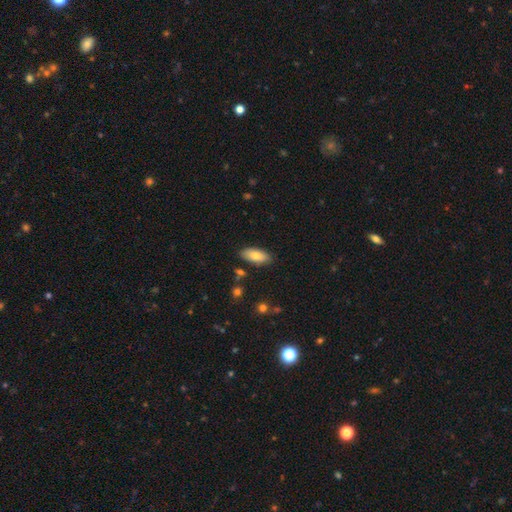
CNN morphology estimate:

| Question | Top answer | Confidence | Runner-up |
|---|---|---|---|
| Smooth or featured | smooth | 78% | featured or disk (15%) |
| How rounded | in between | 87% | cigar-shaped (10%) |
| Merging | none | 85% | minor disturbance (11%) |